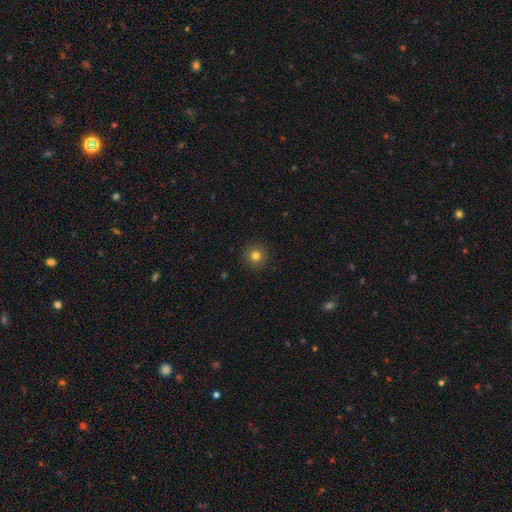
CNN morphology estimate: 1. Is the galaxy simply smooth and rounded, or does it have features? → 79% smooth, 13% star or artifact, 8% featured or disk.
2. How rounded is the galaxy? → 95% round, 4% in between, 1% cigar-shaped.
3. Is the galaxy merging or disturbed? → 92% none, 5% minor disturbance, 2% major disturbance, 1% merger.